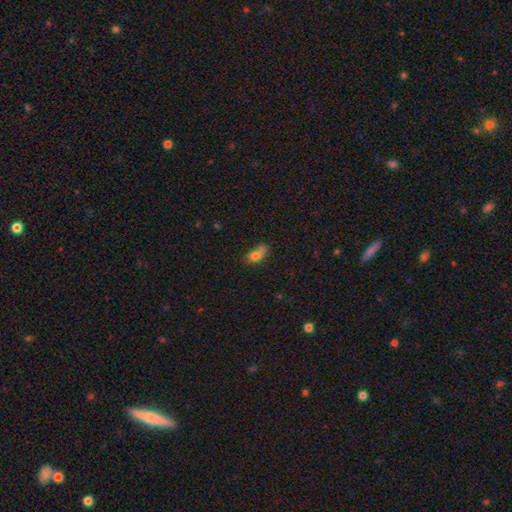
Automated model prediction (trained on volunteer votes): This is likely a smooth galaxy (75%). How rounded: likely in between (67%). Merging: marginally merger (34%).